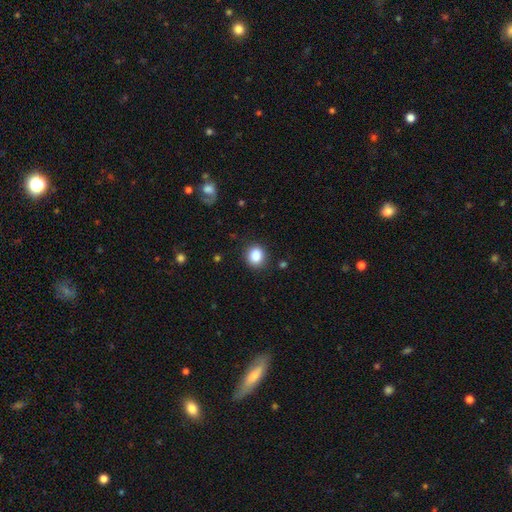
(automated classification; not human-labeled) Smooth or featured? Predicted: smooth (p=0.86). How rounded? Predicted: round (p=0.79). Merging? Predicted: none (p=0.87).